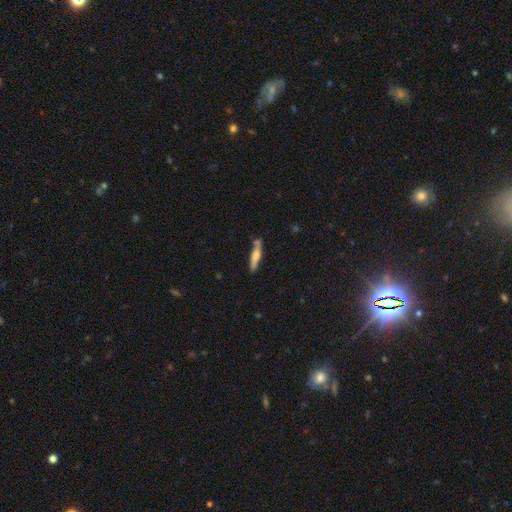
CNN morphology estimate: smooth 51%, featured or disk 43%, star or artifact 6%. Down the decision tree: how rounded — cigar-shaped (84%); merging — none (67%).